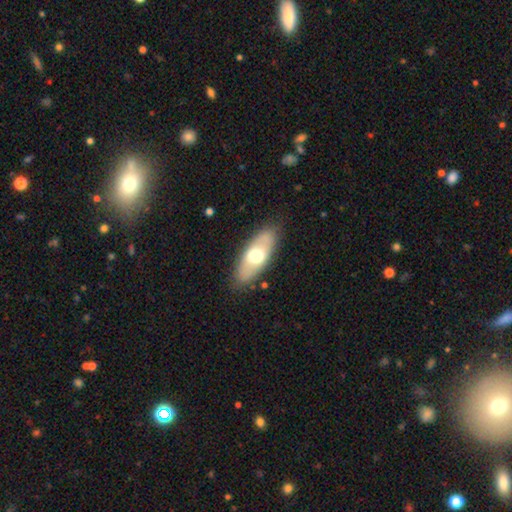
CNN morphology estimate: smooth_or_featured: smooth (p=0.59) [alt: featured or disk p=0.35]
how_rounded: in between (p=0.79) [alt: cigar-shaped p=0.18]
merging: none (p=0.84) [alt: minor disturbance p=0.12]